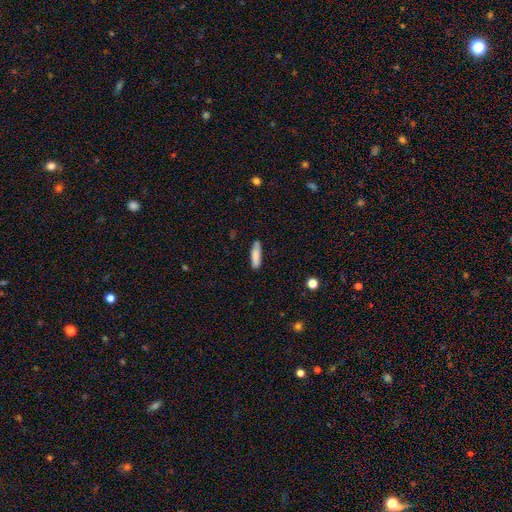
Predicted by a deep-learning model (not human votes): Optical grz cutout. It shows a smooth galaxy with no disk features (85%) that is cigar-shaped (65%). Merging: none (85%).